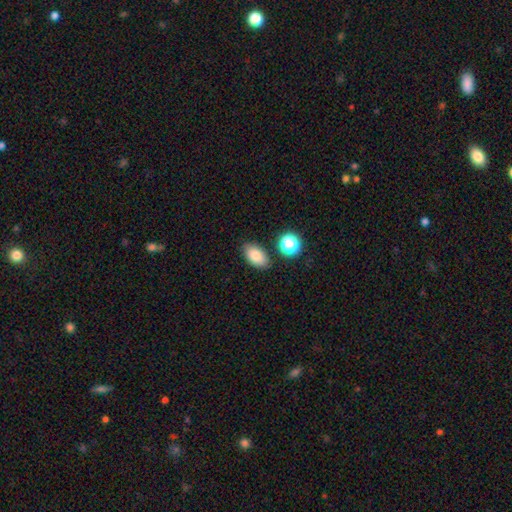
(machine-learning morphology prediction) type=smooth (83%); roundness=in between (90%); merging=none (82%).